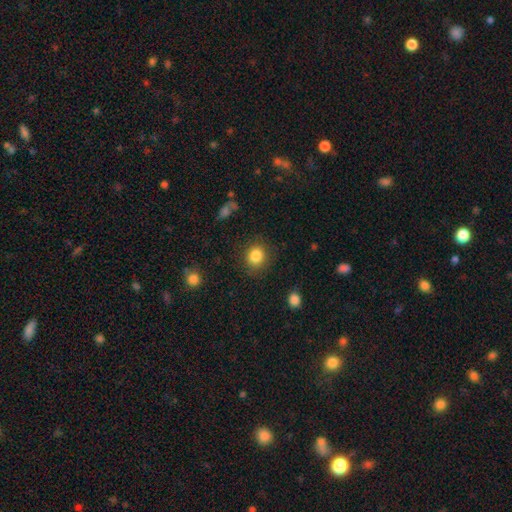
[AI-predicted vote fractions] This appears to be a smooth galaxy with no disk features (85%) that is round (79%). Merging: none (85%).